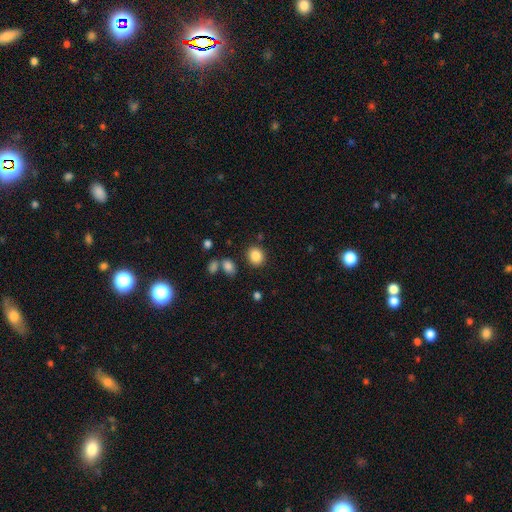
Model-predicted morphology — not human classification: Overall: smooth (86%). How rounded: round (66%; in between 33%). Merging: none (83%).